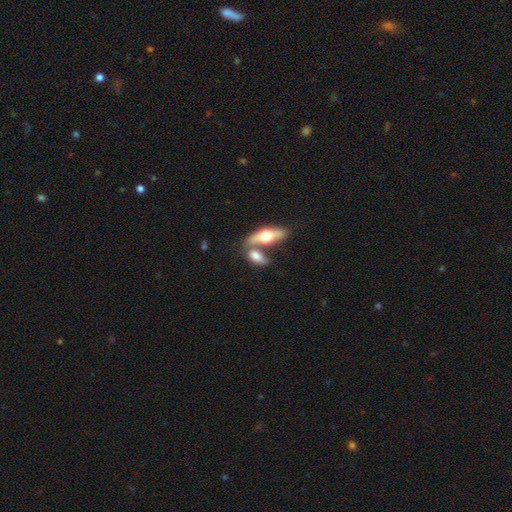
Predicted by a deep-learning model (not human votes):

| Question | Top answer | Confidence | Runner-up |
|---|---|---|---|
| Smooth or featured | smooth | 63% | featured or disk (30%) |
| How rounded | in between | 74% | cigar-shaped (21%) |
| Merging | merger | 52% | none (34%) |